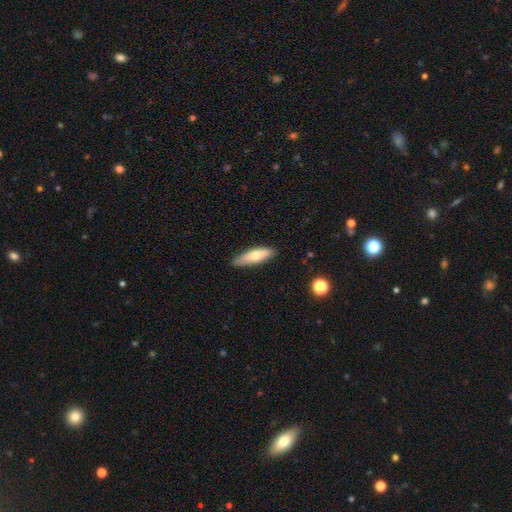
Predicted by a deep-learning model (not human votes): A smooth galaxy with no disk features (66%) that is cigar-shaped (57%). Merging: none (84%).